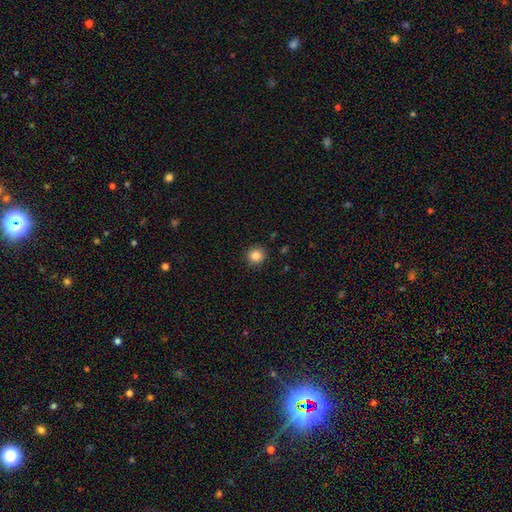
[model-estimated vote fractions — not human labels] smooth_or_featured: smooth (p=0.85) [alt: star or artifact p=0.11]
how_rounded: round (p=0.93) [alt: in between p=0.06]
merging: none (p=0.91) [alt: minor disturbance p=0.06]